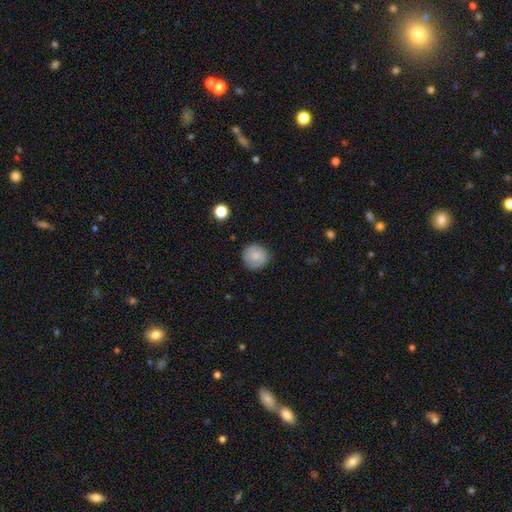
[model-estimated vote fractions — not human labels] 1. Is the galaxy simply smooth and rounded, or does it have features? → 69% smooth, 23% featured or disk, 8% star or artifact.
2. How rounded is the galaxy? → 91% round, 8% in between, 1% cigar-shaped.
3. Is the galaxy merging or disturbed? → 83% none, 13% minor disturbance, 3% major disturbance, 1% merger.